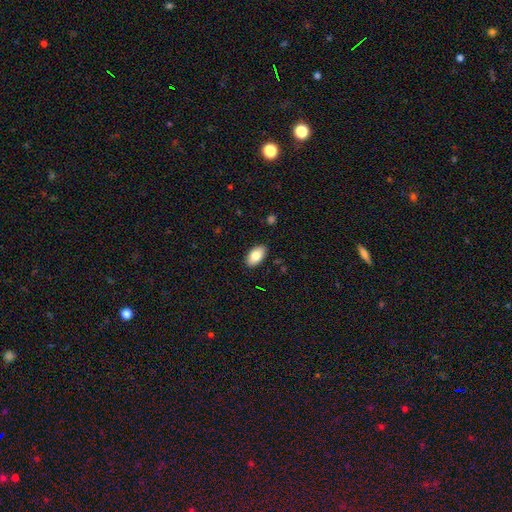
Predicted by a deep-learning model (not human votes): Smooth or featured: smooth — 81% (featured or disk — 12%)
How rounded: in between — 94% (round — 4%)
Merging: none — 87% (minor disturbance — 10%)